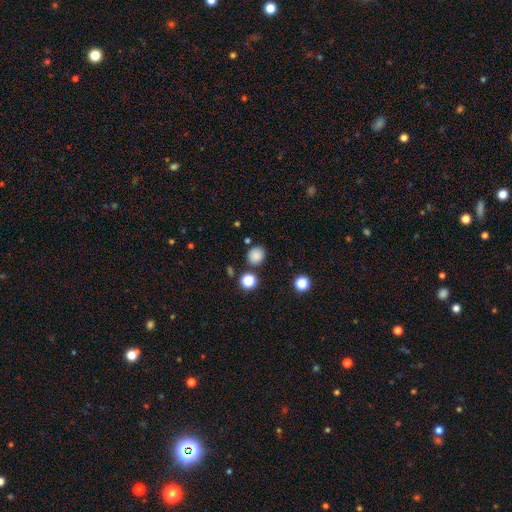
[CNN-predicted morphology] Smooth or featured? smooth (84%)
How rounded? round (79%)
Merging? none (83%)